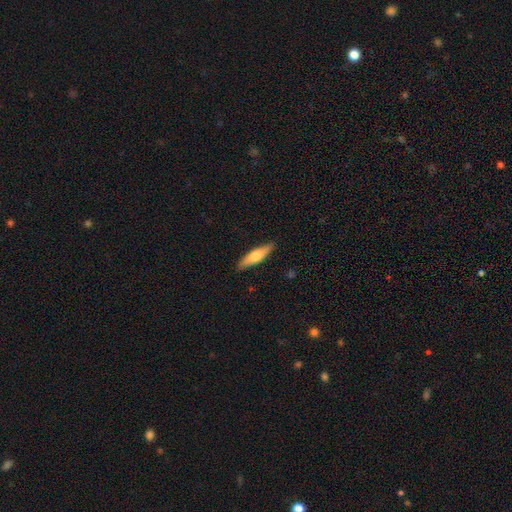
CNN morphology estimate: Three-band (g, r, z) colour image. It shows a smooth galaxy with no disk features (61%) that is cigar-shaped (66%). Merging: none (88%).